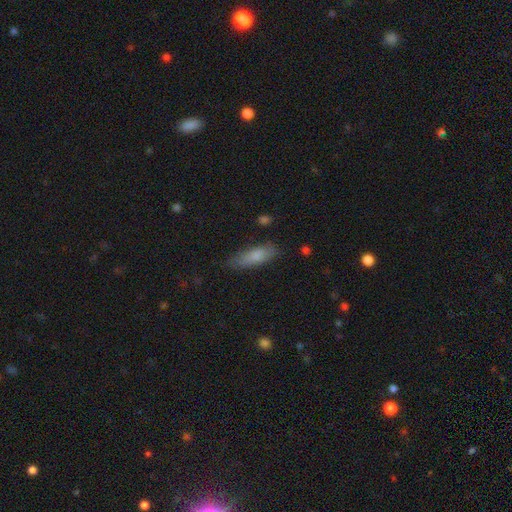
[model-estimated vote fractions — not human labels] This appears to be a smooth galaxy with no disk features (79%) that is in between round and cigar-shaped (53%). Merging: none (76%).